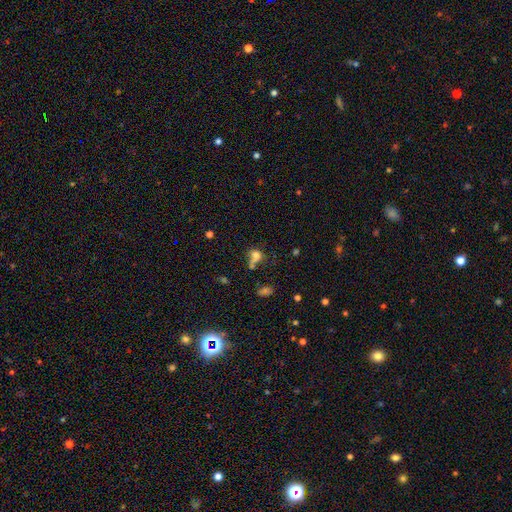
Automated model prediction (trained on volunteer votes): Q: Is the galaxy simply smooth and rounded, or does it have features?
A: smooth — 66%.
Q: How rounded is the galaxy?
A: round — 52%.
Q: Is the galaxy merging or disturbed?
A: merger — 32%.